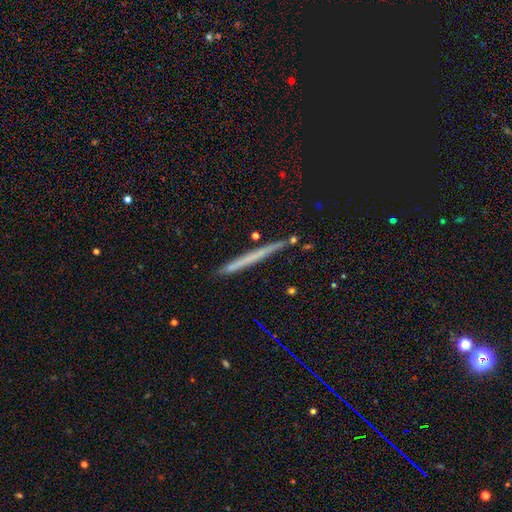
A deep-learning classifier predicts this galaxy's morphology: Smooth or featured: smooth — 46% (featured or disk — 43%)
Merging: none — 89% (minor disturbance — 8%)